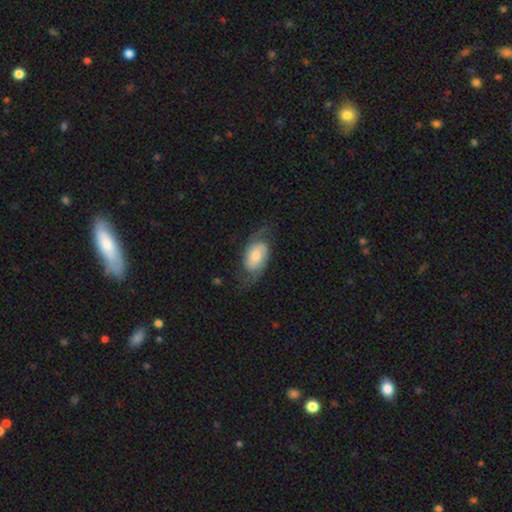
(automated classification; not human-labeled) smooth-or-featured: featured or disk: 65% | smooth: 29% | star or artifact: 7%
  disk-edge-on: no: 95% | yes: 5%
    bar: no: 60% | weak: 31% | strong: 9%
    has-spiral-arms: yes: 91% | no: 9%
      spiral-winding: loose: 42% | medium: 41% | tight: 17%
      spiral-arm-count: 2: 87% | can't tell: 6% | 1: 3% | 3: 2% | 4: 1% | more than 4: 1%
    bulge-size: moderate: 39% | small: 30% | large: 19% | none: 6% | dominant: 5%
  merging: none: 61% | minor disturbance: 21% | major disturbance: 16% | merger: 1%